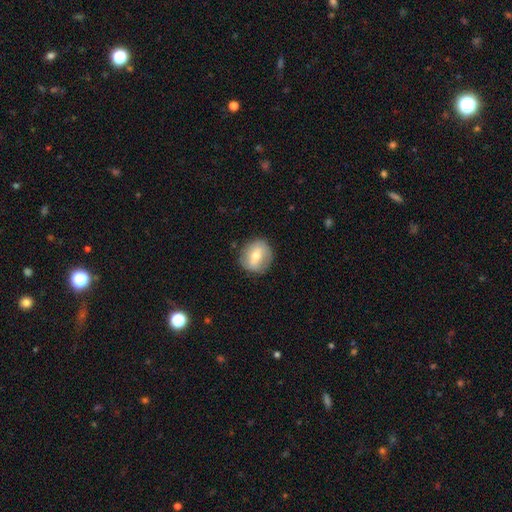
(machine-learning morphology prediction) smooth_or_featured: smooth (p=0.55) [alt: featured or disk p=0.37]
how_rounded: round (p=0.85) [alt: in between p=0.14]
merging: none (p=0.83) [alt: minor disturbance p=0.12]